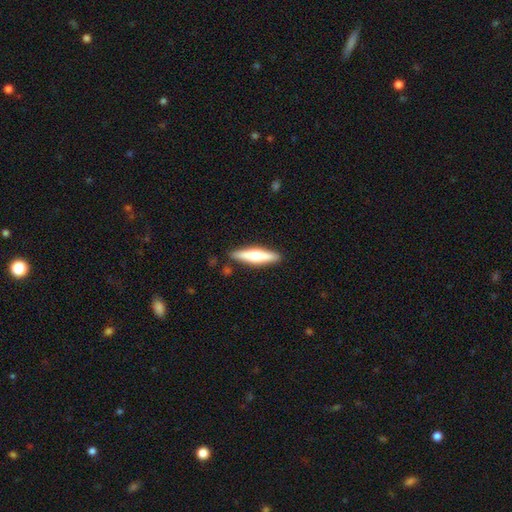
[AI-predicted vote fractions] The model was most divided on "smooth or featured": smooth: 51%, featured or disk: 44%, star or artifact: 5%. More confident: merging — none (87%); how rounded — cigar-shaped (79%).